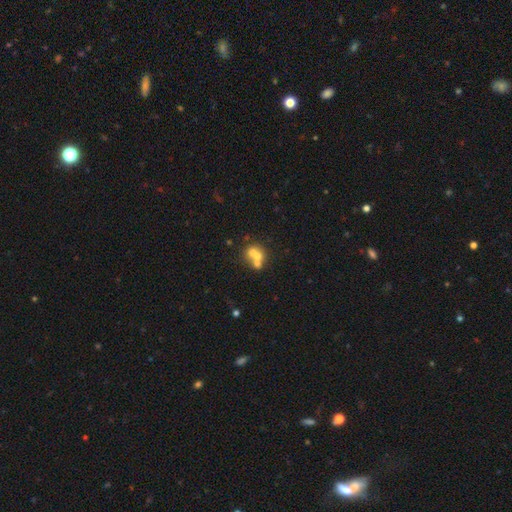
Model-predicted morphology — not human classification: Smooth or featured?
  - smooth: 56% *
  - featured or disk: 30%
  - star or artifact: 14%
How rounded?
  - round: 75% *
  - in between: 24%
  - cigar-shaped: 1%
Merging?
  - merger: 61% *
  - none: 29%
  - minor disturbance: 6%
  - major disturbance: 4%